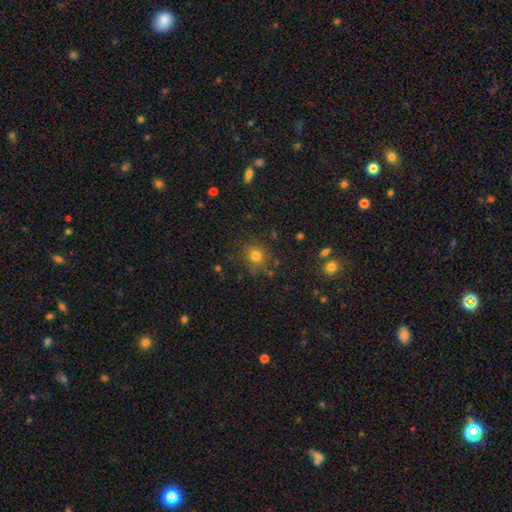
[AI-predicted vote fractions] smooth-or-featured: smooth: 77% | star or artifact: 16% | featured or disk: 7%
  how-rounded: round: 85% | in between: 14% | cigar-shaped: 1%
  merging: none: 82% | minor disturbance: 11% | major disturbance: 4% | merger: 4%